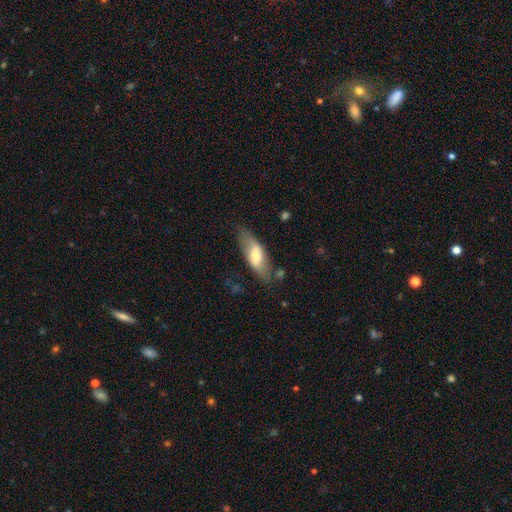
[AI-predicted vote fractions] smooth_or_featured: smooth (p=0.62) [alt: featured or disk p=0.32]
how_rounded: in between (p=0.70) [alt: cigar-shaped p=0.27]
merging: none (p=0.70) [alt: minor disturbance p=0.21]